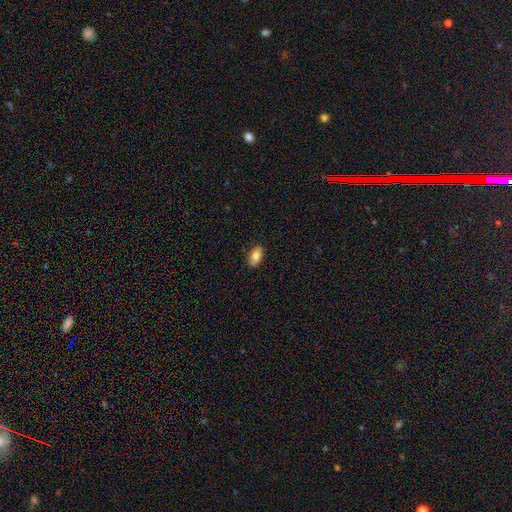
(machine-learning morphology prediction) A smooth galaxy with no disk features (83%) that is in between round and cigar-shaped (92%).

Vote fractions:
- Smooth or featured? smooth: 83% / featured or disk: 10% / star or artifact: 7%
- How rounded? in between: 92% / cigar-shaped: 5% / round: 3%
- Merging? none: 87% / minor disturbance: 10% / major disturbance: 2% / merger: 1%